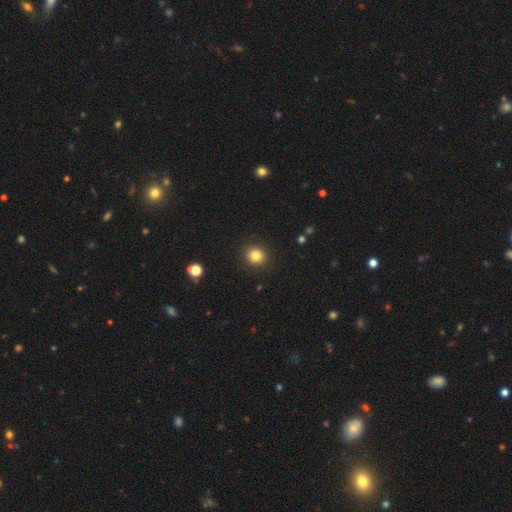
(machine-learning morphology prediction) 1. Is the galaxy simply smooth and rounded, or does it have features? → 83% smooth, 12% star or artifact, 6% featured or disk.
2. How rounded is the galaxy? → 88% round, 11% in between, 1% cigar-shaped.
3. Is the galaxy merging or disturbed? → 91% none, 6% minor disturbance, 2% major disturbance, 1% merger.